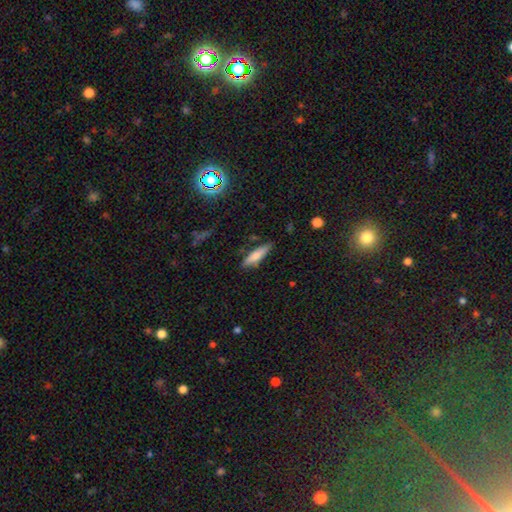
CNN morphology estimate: Overall: smooth (74%). How rounded: cigar-shaped (67%; in between 31%). Merging: none (81%).